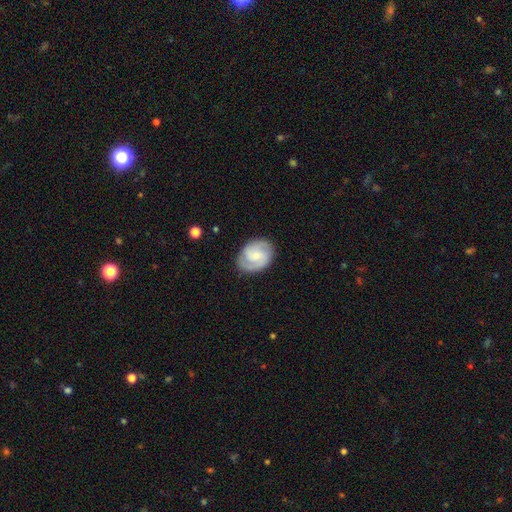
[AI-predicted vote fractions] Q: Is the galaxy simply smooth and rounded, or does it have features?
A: featured or disk — 74%.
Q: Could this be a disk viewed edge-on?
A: no — 98%.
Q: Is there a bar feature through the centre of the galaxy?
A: weak — 46%, tied with no.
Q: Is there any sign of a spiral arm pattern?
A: yes — 95%.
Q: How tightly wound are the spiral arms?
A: medium — 47%.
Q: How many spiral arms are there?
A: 2 — 79%.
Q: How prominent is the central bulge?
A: small — 57%.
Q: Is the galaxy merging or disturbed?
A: none — 82%.